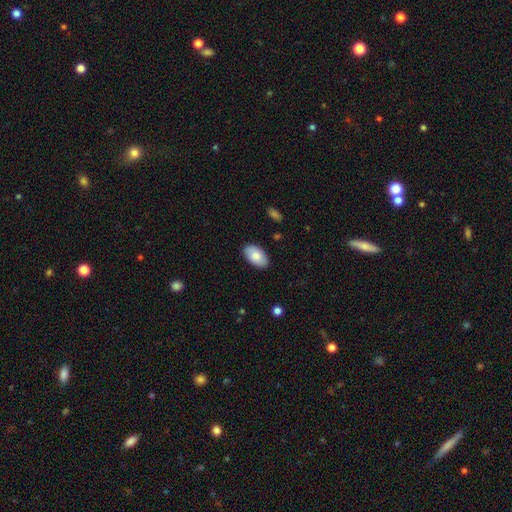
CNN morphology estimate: Smooth or featured: smooth — 81% (featured or disk — 13%)
How rounded: in between — 95% (round — 4%)
Merging: none — 88% (minor disturbance — 9%)